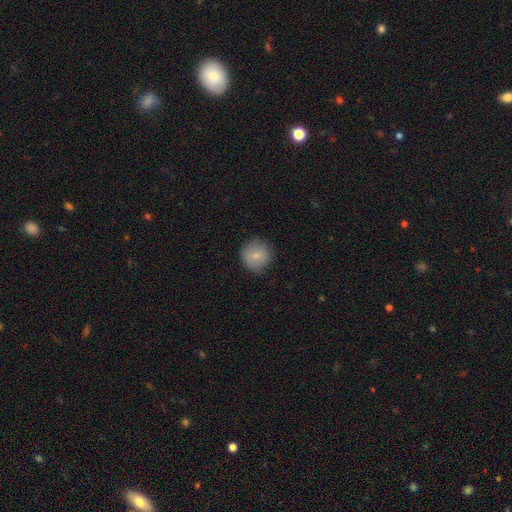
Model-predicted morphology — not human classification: The model was most divided on "smooth or featured": smooth: 80%, featured or disk: 12%, star or artifact: 8%. More confident: how rounded — round (94%); merging — none (86%).